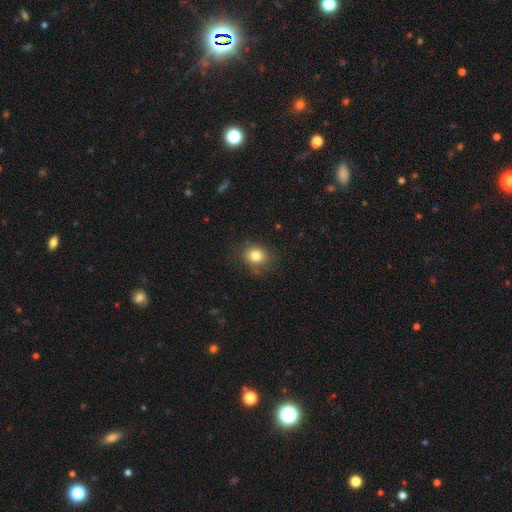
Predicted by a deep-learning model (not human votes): Morphology: type=smooth (81%); roundness=round (65%); merging=none (80%).